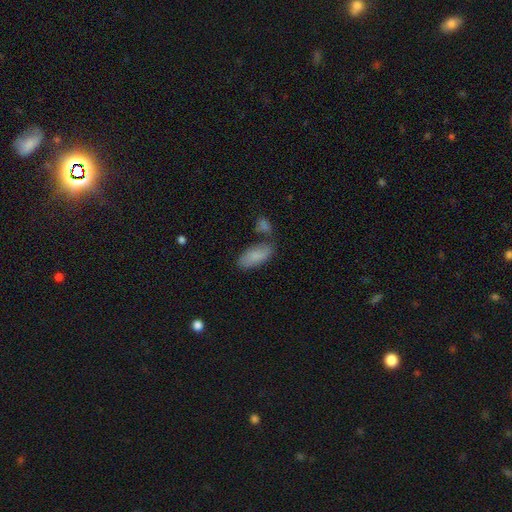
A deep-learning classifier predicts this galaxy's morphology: This is clearly a smooth galaxy (83%). How rounded: clearly in between (86%). Merging: likely none (63%).